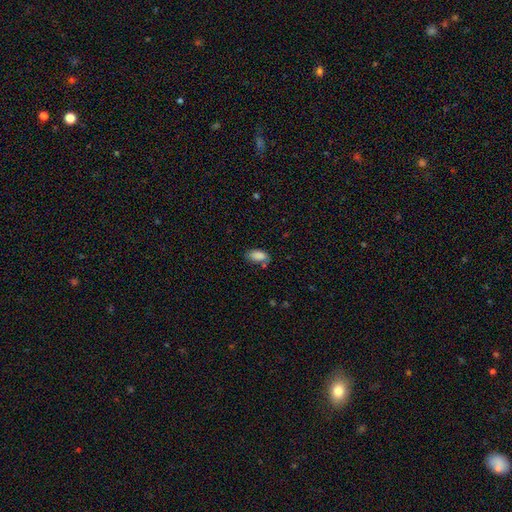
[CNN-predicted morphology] A smooth galaxy with no disk features (85%) that is in between round and cigar-shaped (92%).

Vote fractions:
- Smooth or featured? smooth: 85% / star or artifact: 9% / featured or disk: 6%
- How rounded? in between: 92% / round: 4% / cigar-shaped: 3%
- Merging? none: 66% / minor disturbance: 21% / merger: 7% / major disturbance: 6%